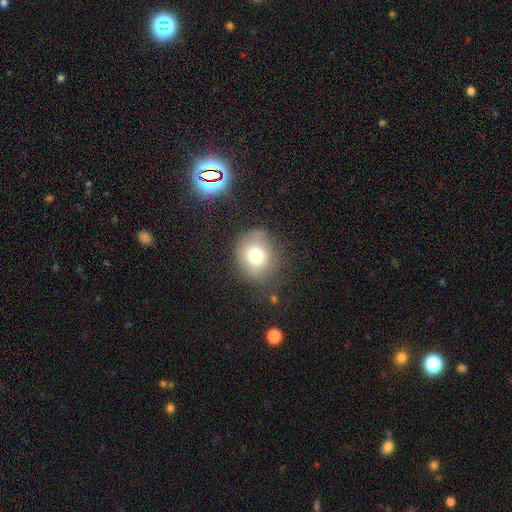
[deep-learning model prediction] Smooth or featured?
  - smooth: 74% *
  - star or artifact: 13%
  - featured or disk: 13%
How rounded?
  - round: 76% *
  - in between: 23%
  - cigar-shaped: 1%
Merging?
  - none: 75% *
  - minor disturbance: 16%
  - major disturbance: 7%
  - merger: 3%